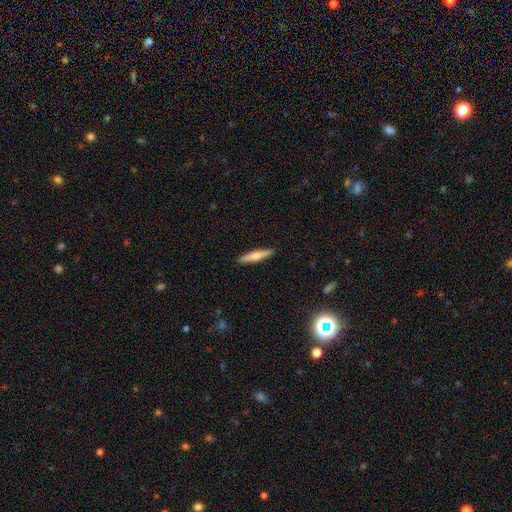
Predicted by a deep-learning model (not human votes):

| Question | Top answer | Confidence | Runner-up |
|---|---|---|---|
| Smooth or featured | smooth | 61% | featured or disk (34%) |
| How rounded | cigar-shaped | 90% | in between (9%) |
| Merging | none | 91% | minor disturbance (6%) |